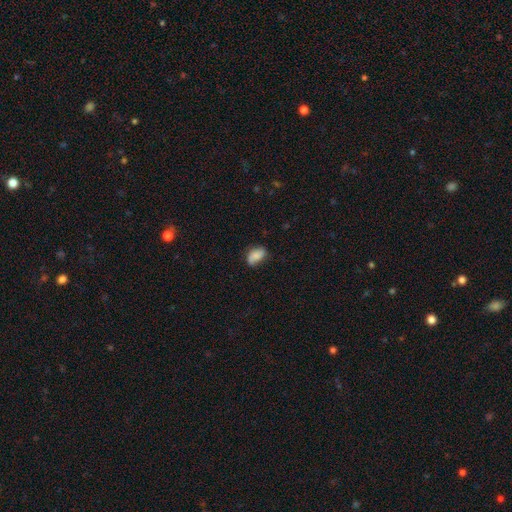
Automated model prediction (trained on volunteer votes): A smooth galaxy with no disk features (76%) that is in between round and cigar-shaped (88%). Merging: none (57%).